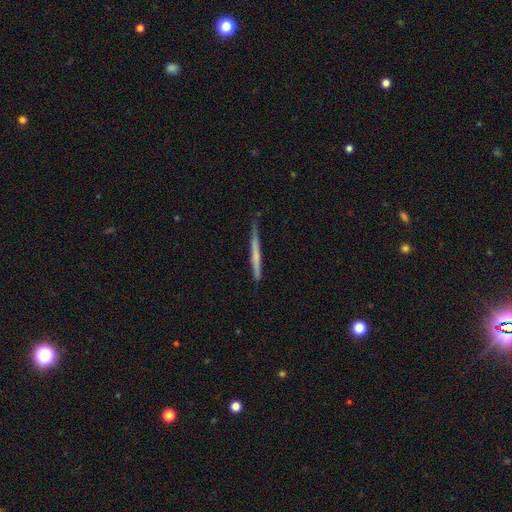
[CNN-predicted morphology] smooth 52%, featured or disk 43%, star or artifact 6%. Down the decision tree: how rounded — cigar-shaped (97%); merging — none (78%).